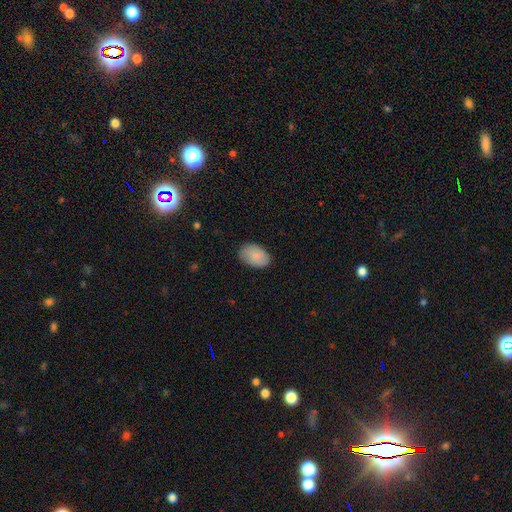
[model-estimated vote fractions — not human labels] Smooth or featured? smooth (88%)
How rounded? in between (89%)
Merging? none (83%)